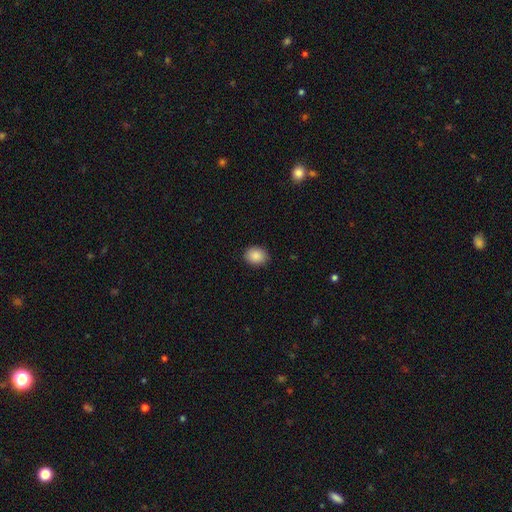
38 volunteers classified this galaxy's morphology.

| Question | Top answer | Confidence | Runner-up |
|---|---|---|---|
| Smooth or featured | smooth | 92% | star or artifact (5%) |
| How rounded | round | 71% | in between (29%) |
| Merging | none | 92% | minor disturbance (6%) |